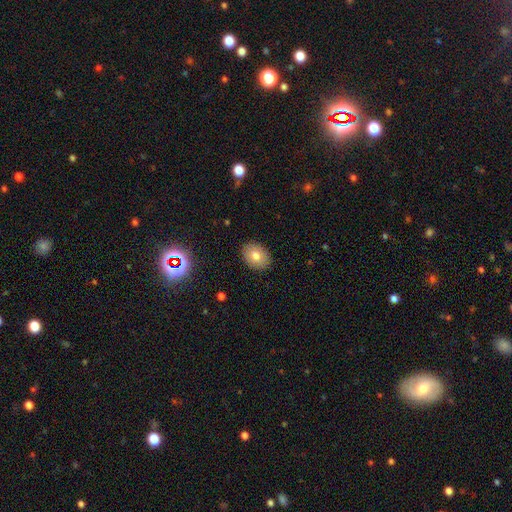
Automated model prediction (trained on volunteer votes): Smooth or featured: smooth — 76% (featured or disk — 14%)
How rounded: in between — 71% (round — 29%)
Merging: none — 88% (minor disturbance — 8%)